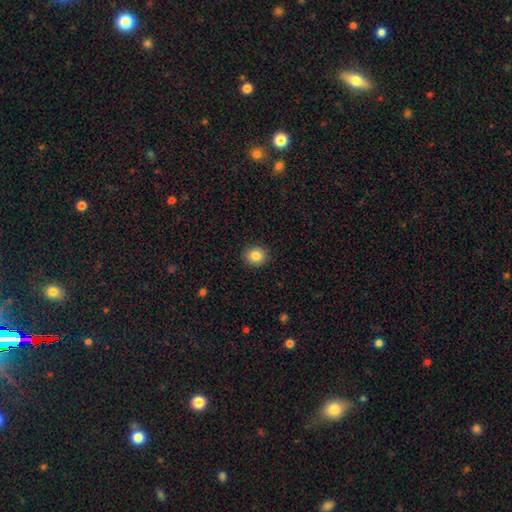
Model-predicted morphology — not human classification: This appears to be a smooth galaxy with no disk features (84%) that is round (80%). Merging: none (91%).